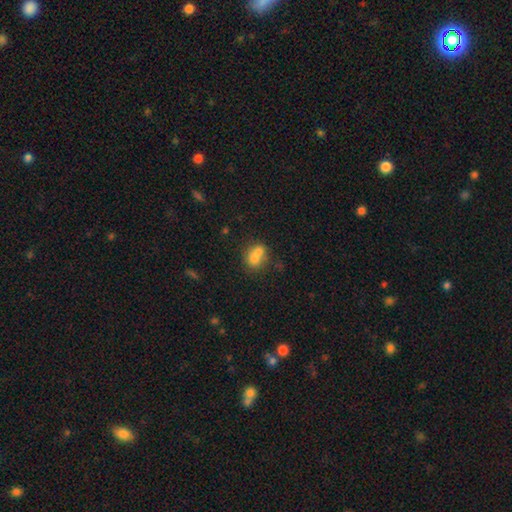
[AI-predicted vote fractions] Q: Smooth or featured?
A: smooth (71%); runner-up: featured or disk (19%)
Q: How rounded?
A: in between (50%); runner-up: round (49%)
Q: Merging?
A: merger (59%); runner-up: none (27%)